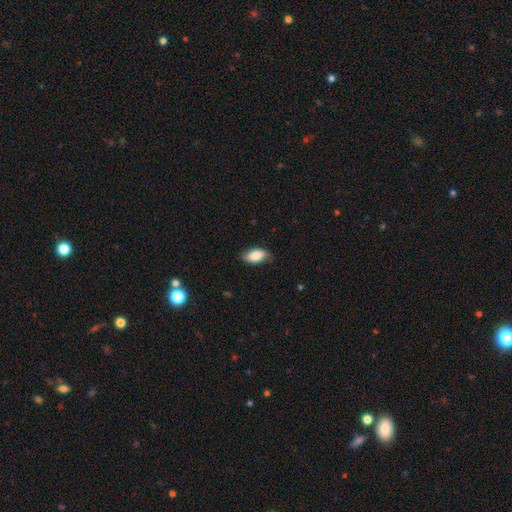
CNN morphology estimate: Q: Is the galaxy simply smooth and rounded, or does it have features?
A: smooth — 84%.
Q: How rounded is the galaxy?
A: in between — 93%.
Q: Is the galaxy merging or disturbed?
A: none — 82%.